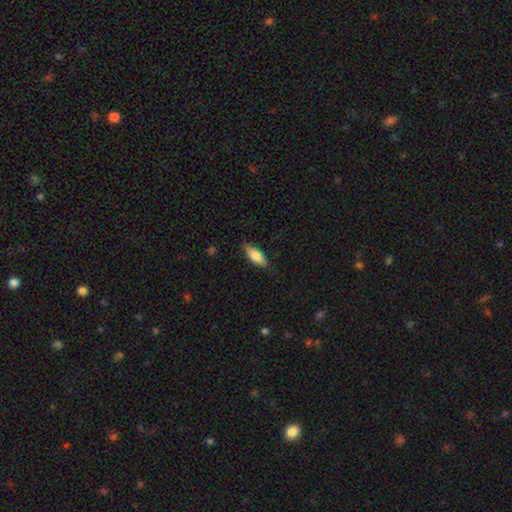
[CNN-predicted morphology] smooth_or_featured: smooth (p=0.72) [alt: featured or disk p=0.22]
how_rounded: in between (p=0.69) [alt: cigar-shaped p=0.28]
merging: none (p=0.82) [alt: minor disturbance p=0.14]